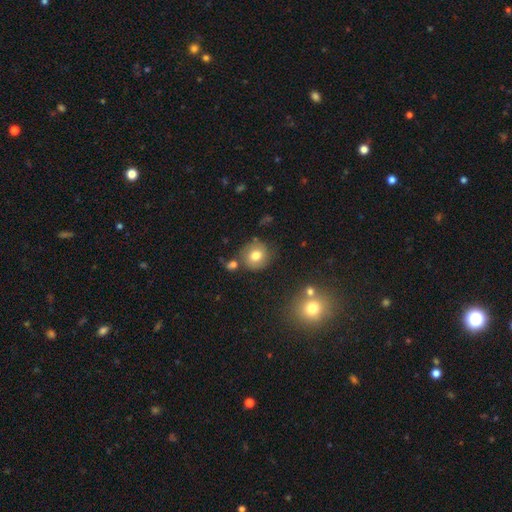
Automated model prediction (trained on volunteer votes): smooth 76%, featured or disk 13%, star or artifact 11%. Down the decision tree: how rounded — round (86%); merging — none (78%).